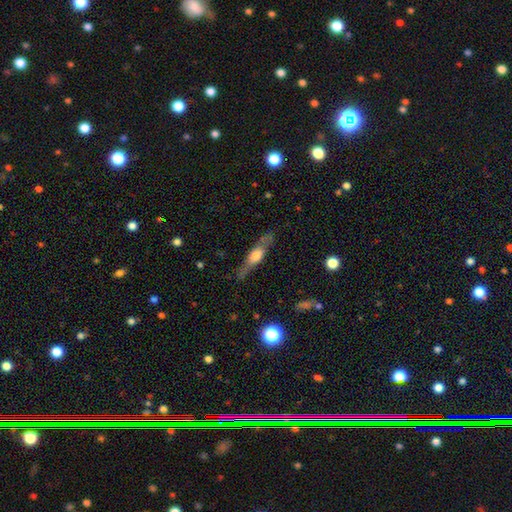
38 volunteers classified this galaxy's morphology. type=featured or disk (55%); edge-on=yes (86%); edge-on bulge=rounded (56%); merging=none (74%).